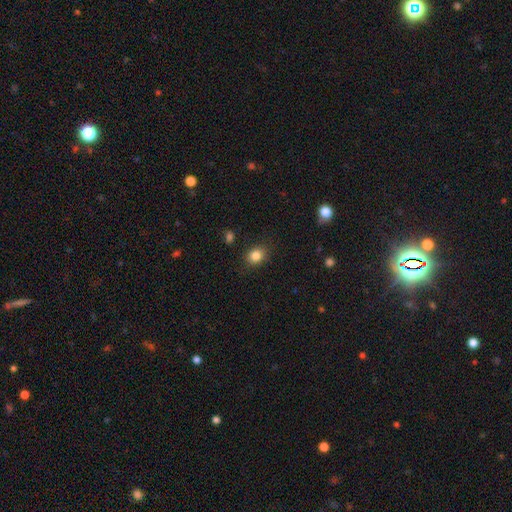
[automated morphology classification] smooth_or_featured: smooth (p=0.84) [alt: star or artifact p=0.11]
how_rounded: round (p=0.55) [alt: in between p=0.44]
merging: none (p=0.84) [alt: minor disturbance p=0.11]